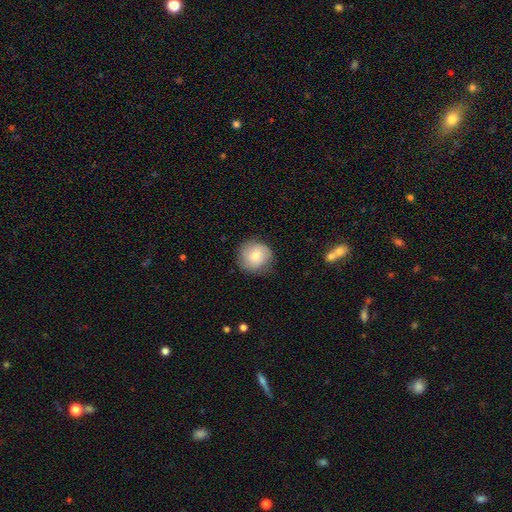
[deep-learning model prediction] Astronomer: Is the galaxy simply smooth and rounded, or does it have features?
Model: smooth — 73%.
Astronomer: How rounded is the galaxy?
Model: round — 91%.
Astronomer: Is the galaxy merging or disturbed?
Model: none — 80%.